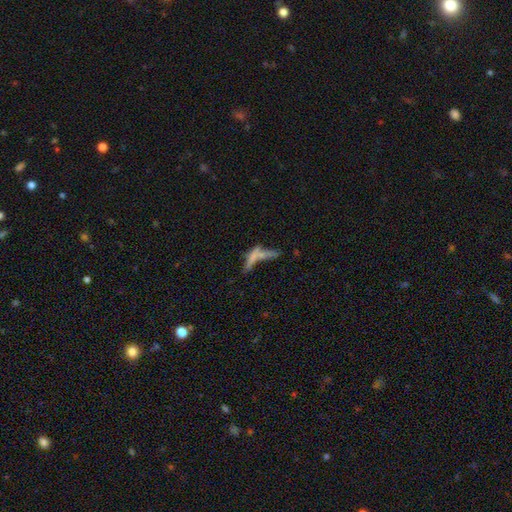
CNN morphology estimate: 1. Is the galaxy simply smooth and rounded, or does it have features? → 50% smooth, 36% featured or disk, 14% star or artifact.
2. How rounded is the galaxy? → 73% cigar-shaped, 22% in between, 4% round.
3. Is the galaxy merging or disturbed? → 45% merger, 32% none, 12% major disturbance, 12% minor disturbance.